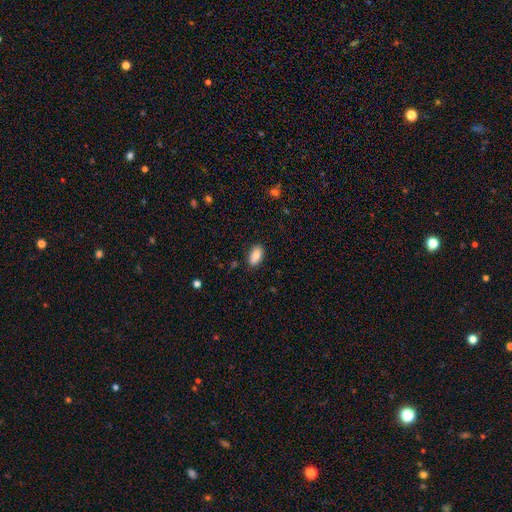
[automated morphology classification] type=smooth (88%); roundness=in between (92%); merging=none (84%).